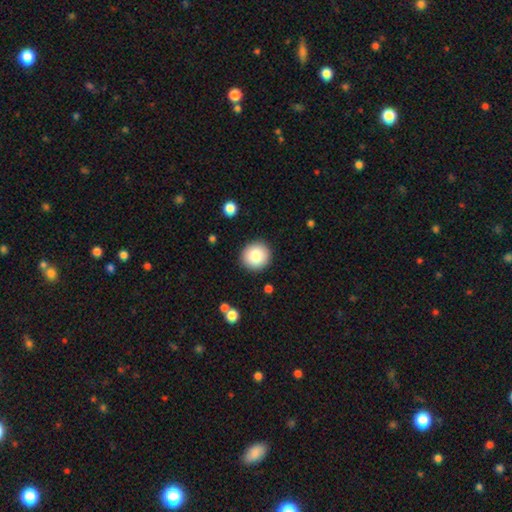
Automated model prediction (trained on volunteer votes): smooth_or_featured: smooth (p=0.82) [alt: featured or disk p=0.09]
how_rounded: round (p=0.93) [alt: in between p=0.06]
merging: none (p=0.91) [alt: minor disturbance p=0.06]